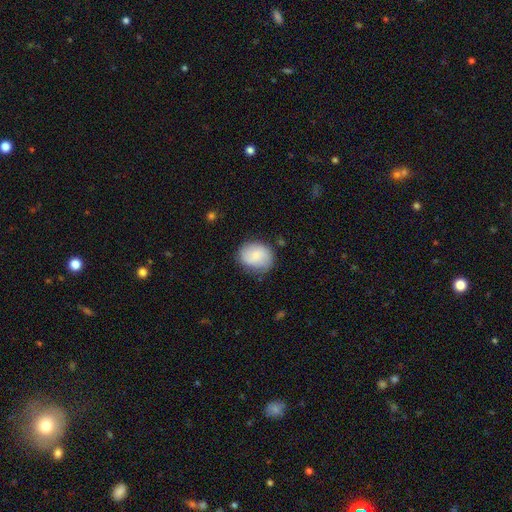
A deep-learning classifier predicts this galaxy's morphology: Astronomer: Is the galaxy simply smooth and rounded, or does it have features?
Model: smooth — 73%.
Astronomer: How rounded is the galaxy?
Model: round — 59% (runner-up: in between, 40%).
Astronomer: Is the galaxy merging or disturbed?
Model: none — 72%.